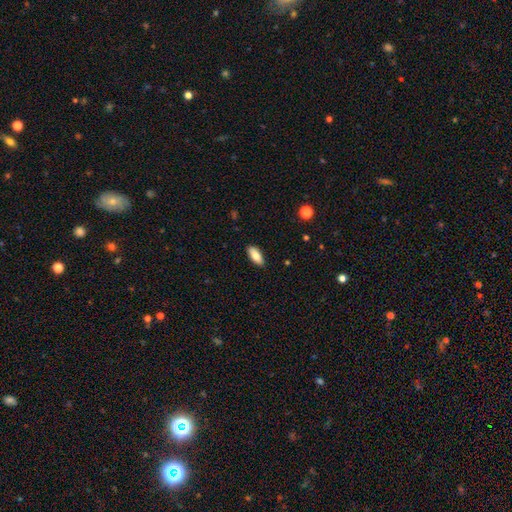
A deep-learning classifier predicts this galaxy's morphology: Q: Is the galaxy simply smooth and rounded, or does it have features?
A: smooth — 81%.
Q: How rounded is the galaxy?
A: in between — 81%.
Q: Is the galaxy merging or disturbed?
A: none — 89%.